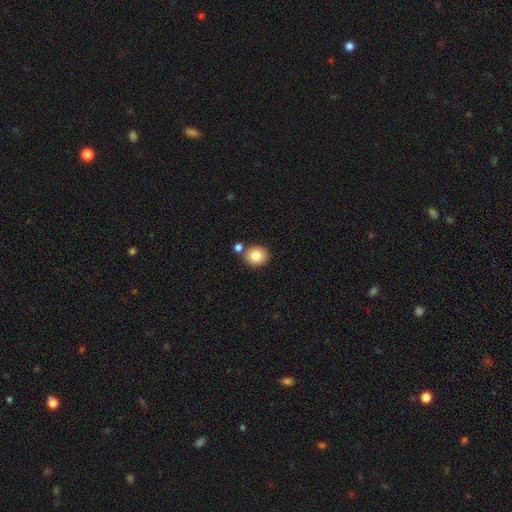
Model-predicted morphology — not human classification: smooth-or-featured: smooth: 82% | star or artifact: 9% | featured or disk: 8%
  how-rounded: round: 71% | in between: 29% | cigar-shaped: 1%
  merging: none: 74% | merger: 14% | minor disturbance: 9% | major disturbance: 2%